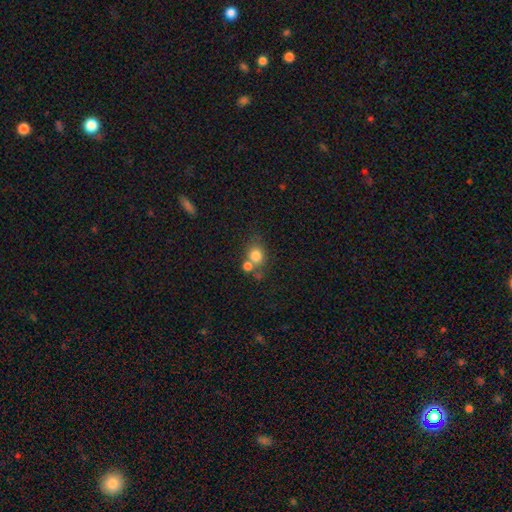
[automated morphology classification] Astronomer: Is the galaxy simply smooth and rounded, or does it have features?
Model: smooth — 79%.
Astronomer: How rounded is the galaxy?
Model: round — 75%.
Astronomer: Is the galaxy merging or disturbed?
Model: none — 49% (runner-up: merger, 36%).